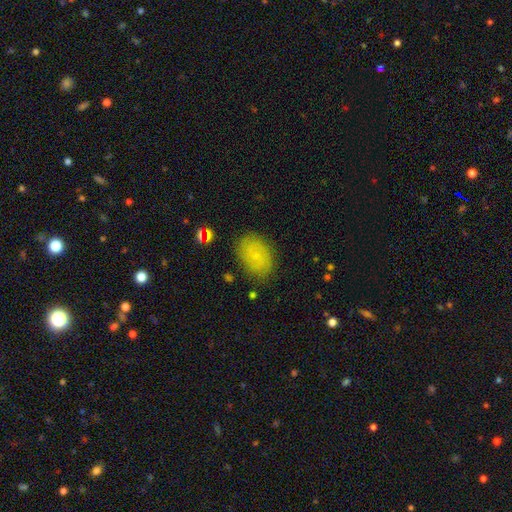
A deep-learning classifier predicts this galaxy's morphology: A smooth galaxy with no disk features (62%) that is in between round and cigar-shaped (79%).

Vote fractions:
- Smooth or featured? smooth: 62% / featured or disk: 26% / star or artifact: 11%
- How rounded? in between: 79% / round: 19% / cigar-shaped: 1%
- Merging? none: 81% / minor disturbance: 14% / major disturbance: 4% / merger: 2%